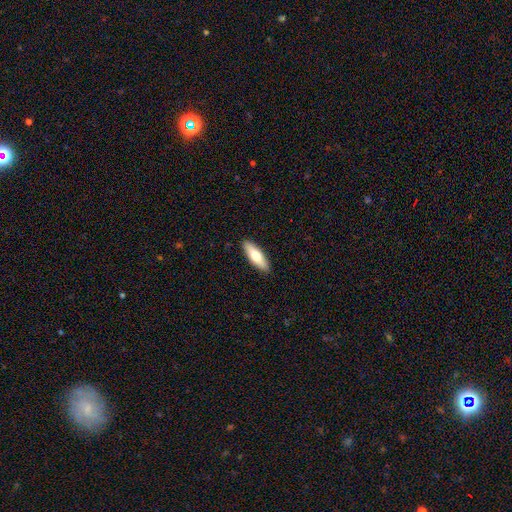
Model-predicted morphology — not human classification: This is likely a smooth galaxy (67%). How rounded: possibly in between (52%). Merging: clearly none (91%).